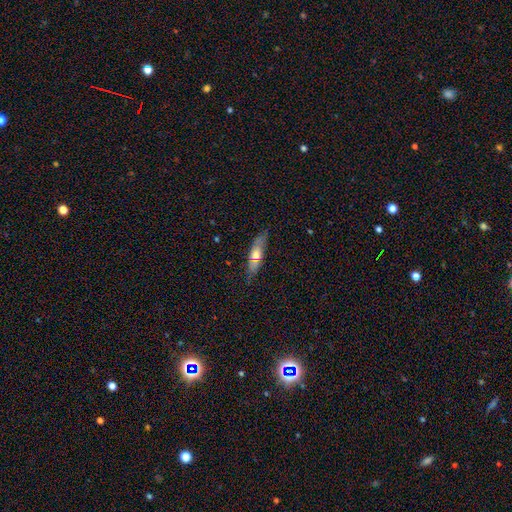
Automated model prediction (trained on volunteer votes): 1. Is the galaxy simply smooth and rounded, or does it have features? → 51% smooth, 42% featured or disk, 6% star or artifact.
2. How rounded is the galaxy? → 64% cigar-shaped, 33% in between, 3% round.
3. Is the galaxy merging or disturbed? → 76% none, 18% minor disturbance, 4% major disturbance, 2% merger.